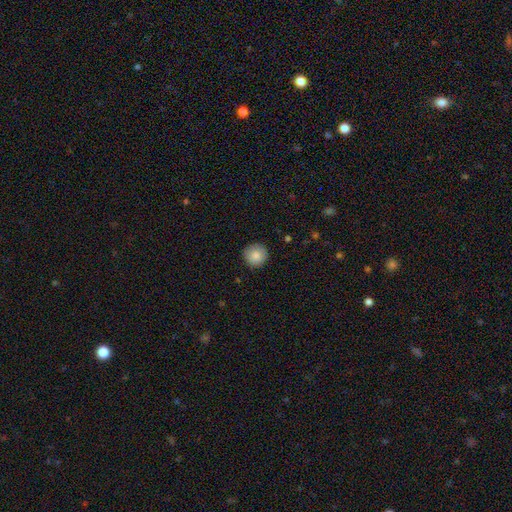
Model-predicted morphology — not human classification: smooth 85%, star or artifact 8%, featured or disk 7%. Down the decision tree: how rounded — round (95%); merging — none (89%).